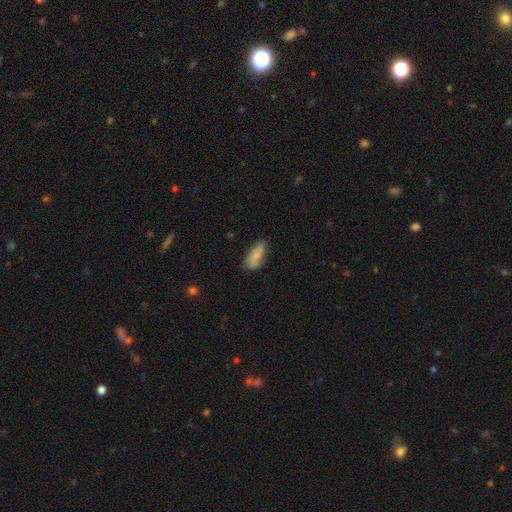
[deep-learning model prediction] A smooth galaxy with no disk features (77%) that is in between round and cigar-shaped (75%).

Vote fractions:
- Smooth or featured? smooth: 77% / featured or disk: 16% / star or artifact: 7%
- How rounded? in between: 75% / cigar-shaped: 22% / round: 2%
- Merging? none: 63% / minor disturbance: 27% / major disturbance: 7% / merger: 3%